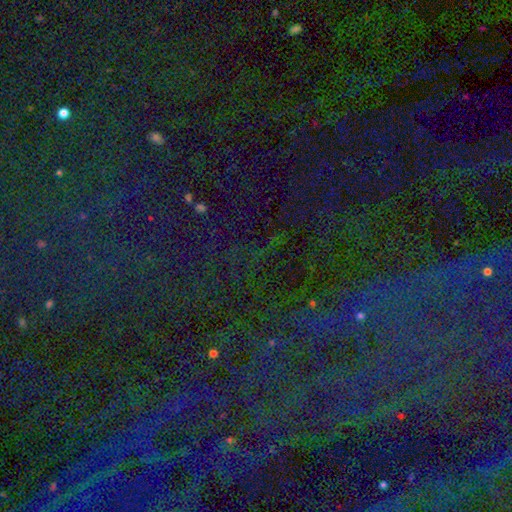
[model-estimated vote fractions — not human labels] Morphology: type=star or artifact (82%).